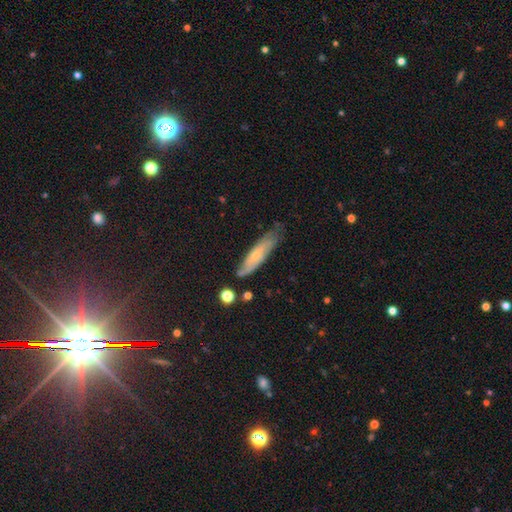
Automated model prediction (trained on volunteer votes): Q: Smooth or featured?
A: smooth (47%); runner-up: featured or disk (46%)
Q: Merging?
A: none (64%); runner-up: minor disturbance (27%)